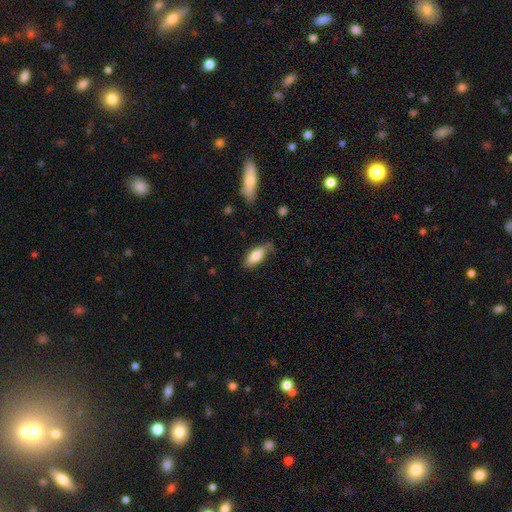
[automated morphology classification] The model was most divided on "merging": none: 58%, minor disturbance: 31%, major disturbance: 9%, merger: 3%. More confident: how rounded — in between (81%); smooth or featured — smooth (78%).